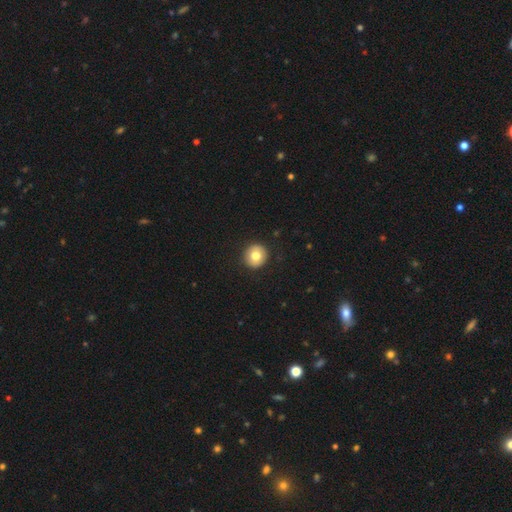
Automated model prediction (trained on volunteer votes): Smooth or featured?
  - smooth: 78% *
  - featured or disk: 14%
  - star or artifact: 8%
How rounded?
  - round: 93% *
  - in between: 6%
  - cigar-shaped: 1%
Merging?
  - none: 92% *
  - minor disturbance: 6%
  - major disturbance: 2%
  - merger: 1%